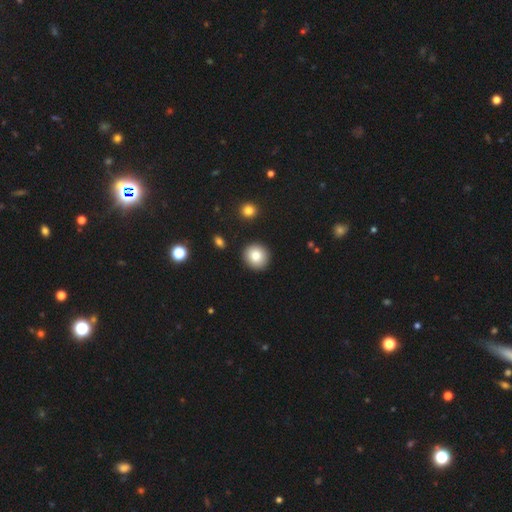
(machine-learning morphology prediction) A smooth galaxy with no disk features (82%) that is round (90%). Merging: none (90%).